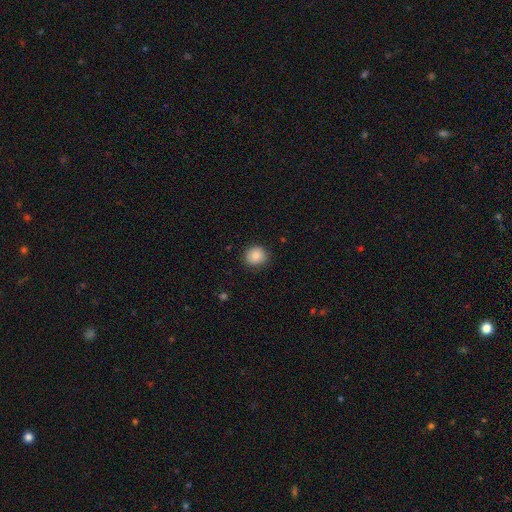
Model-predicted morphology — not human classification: Smooth or featured: smooth — 86% (star or artifact — 9%)
How rounded: round — 86% (in between — 13%)
Merging: none — 86% (minor disturbance — 11%)